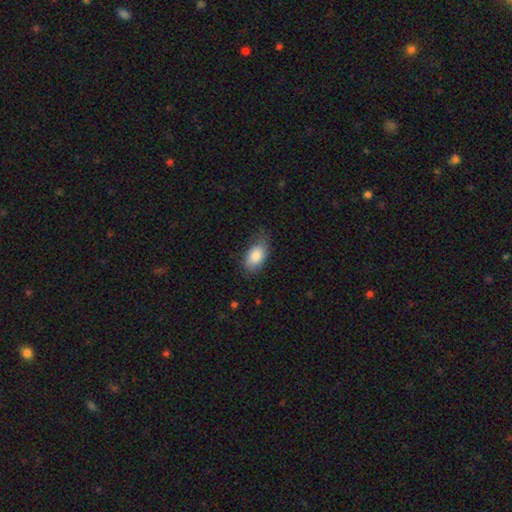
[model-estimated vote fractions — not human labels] smooth_or_featured: smooth (p=0.85) [alt: featured or disk p=0.08]
how_rounded: in between (p=0.92) [alt: round p=0.05]
merging: none (p=0.66) [alt: minor disturbance p=0.26]